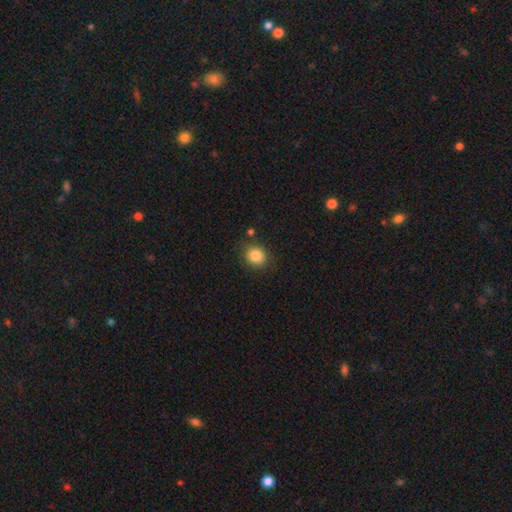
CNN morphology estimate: Smooth or featured? smooth (85%)
How rounded? round (75%)
Merging? none (84%)